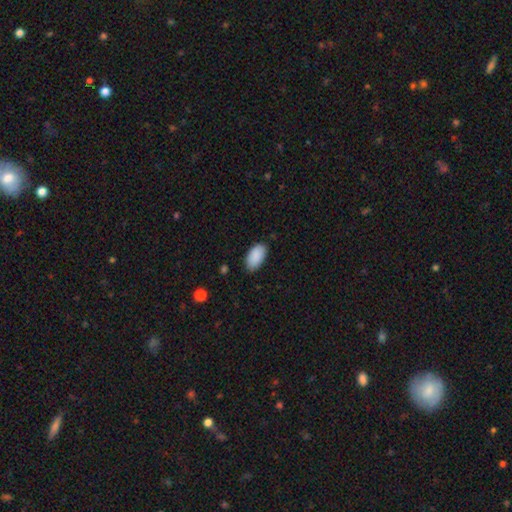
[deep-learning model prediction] Overall: smooth (90%). How rounded: in between (96%). Merging: none (83%).